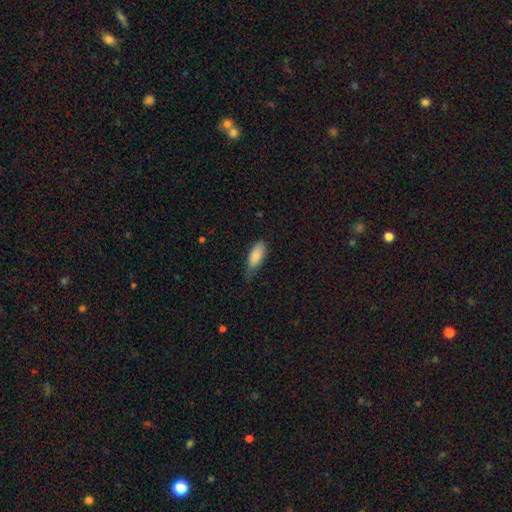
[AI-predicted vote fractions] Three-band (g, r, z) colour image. It shows a smooth galaxy with no disk features (86%) that is in between round and cigar-shaped (85%). Merging: none (51%).